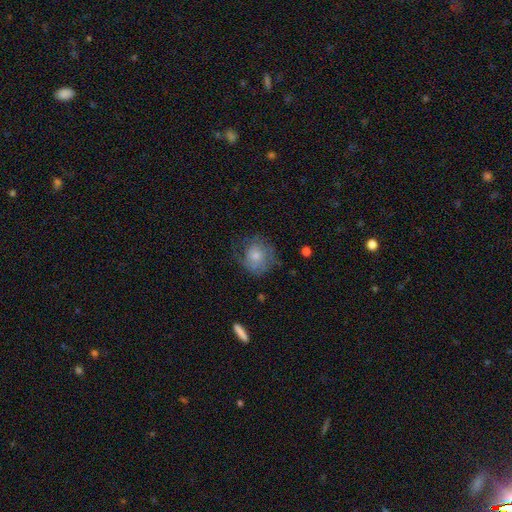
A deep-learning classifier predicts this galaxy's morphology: Overall: smooth (48%; featured or disk 41%). Merging: none (63%).